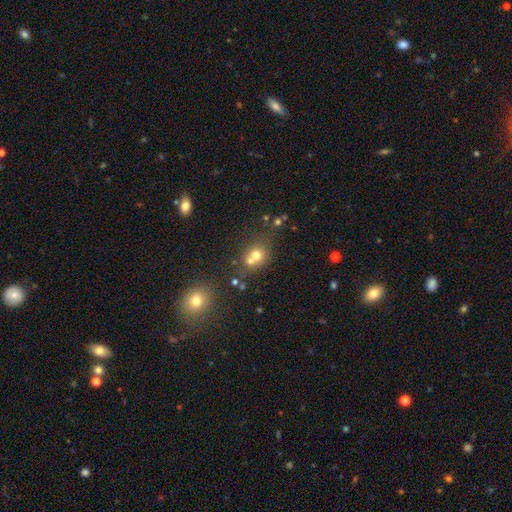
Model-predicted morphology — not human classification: Smooth or featured? smooth (67%)
How rounded? round (74%)
Merging? merger (48%)